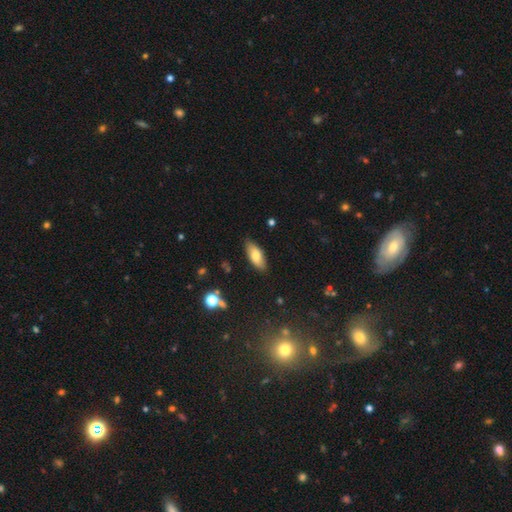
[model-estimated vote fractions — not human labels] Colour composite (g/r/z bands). It shows a smooth galaxy with no disk features (75%) that is in between round and cigar-shaped (81%). Merging: none (85%).